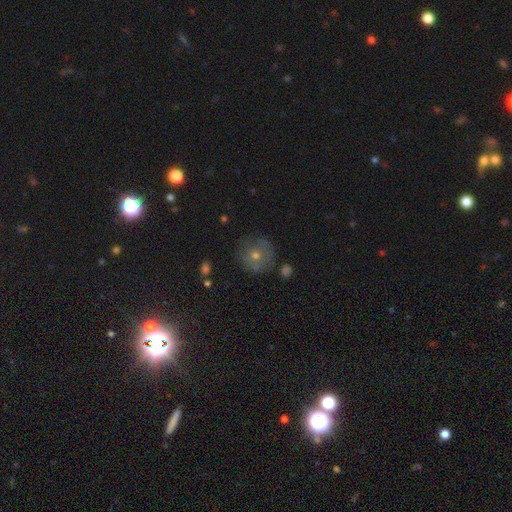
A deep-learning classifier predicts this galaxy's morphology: Overall: smooth (47%; featured or disk 35%). Merging: none (76%).